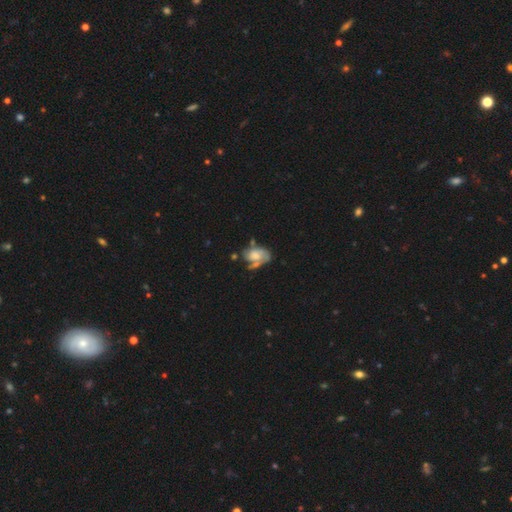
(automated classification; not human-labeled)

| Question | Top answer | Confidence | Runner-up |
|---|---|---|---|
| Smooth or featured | featured or disk | 56% | smooth (36%) |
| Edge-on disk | no | 96% | yes (4%) |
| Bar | no | 75% | weak (21%) |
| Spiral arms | yes | 69% | no (31%) |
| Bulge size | moderate | 40% | small (23%) |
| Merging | none | 33% | minor disturbance (24%) |